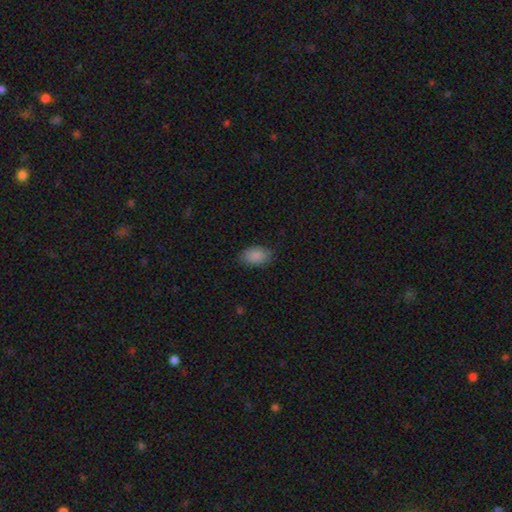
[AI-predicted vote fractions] A smooth galaxy with no disk features (88%) that is in between round and cigar-shaped (89%). Merging: none (80%).